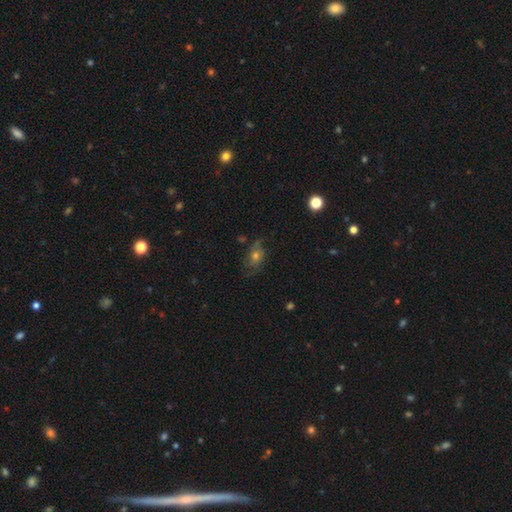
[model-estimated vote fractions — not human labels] A featured or disk galaxy (51%).

Vote fractions:
- Smooth or featured? featured or disk: 51% / smooth: 28% / star or artifact: 21%
- Edge-on disk? no: 93% / yes: 7%
- Merging? none: 65% / minor disturbance: 20% / major disturbance: 13% / merger: 2%